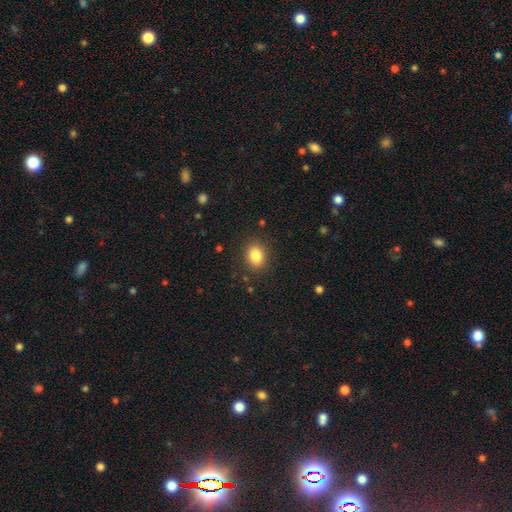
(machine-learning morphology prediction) Smooth or featured?
  - smooth: 84% *
  - star or artifact: 10%
  - featured or disk: 6%
How rounded?
  - in between: 57% *
  - round: 42%
  - cigar-shaped: 1%
Merging?
  - none: 87% *
  - minor disturbance: 9%
  - major disturbance: 3%
  - merger: 1%